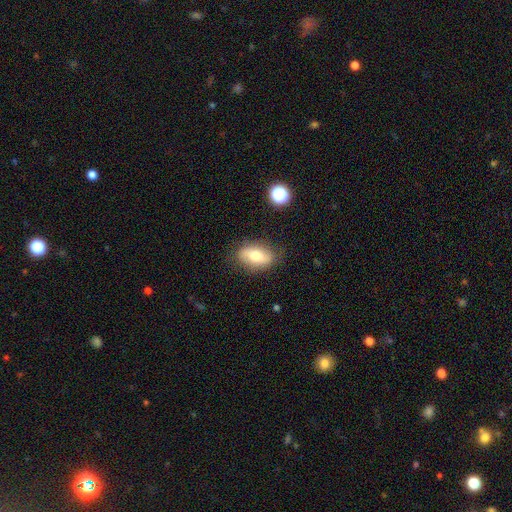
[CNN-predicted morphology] A smooth galaxy with no disk features (65%) that is in between round and cigar-shaped (86%). Merging: none (78%).